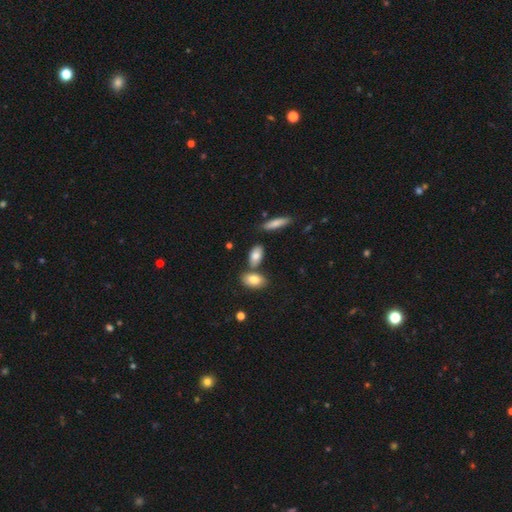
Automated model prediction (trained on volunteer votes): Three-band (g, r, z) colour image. It shows a smooth galaxy with no disk features (80%) that is in between round and cigar-shaped (87%). Merging: none (63%).